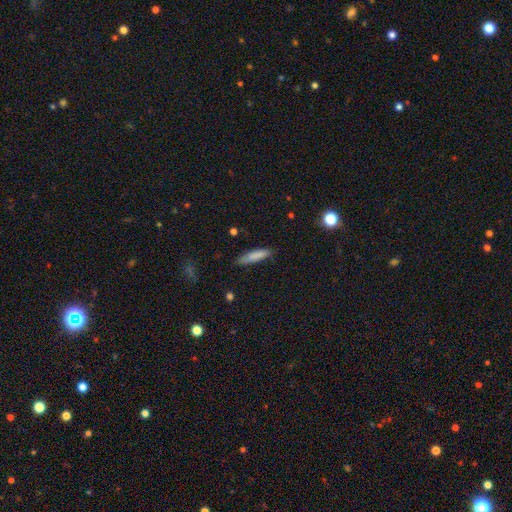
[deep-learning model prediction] This is clearly a smooth galaxy (81%). How rounded: likely cigar-shaped (78%). Merging: likely none (78%).